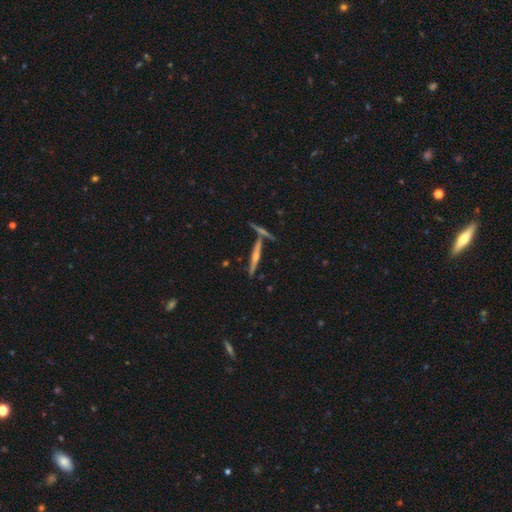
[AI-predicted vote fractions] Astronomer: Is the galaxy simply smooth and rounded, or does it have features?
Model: featured or disk — 77%.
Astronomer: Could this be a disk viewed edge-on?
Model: yes — 97%.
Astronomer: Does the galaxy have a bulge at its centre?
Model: rounded — 78%.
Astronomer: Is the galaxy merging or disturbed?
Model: none — 77%.